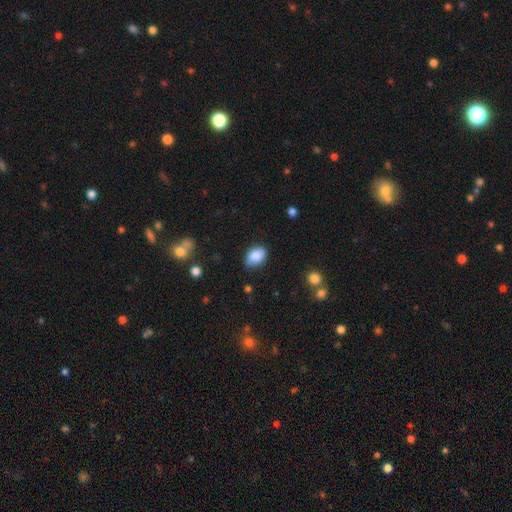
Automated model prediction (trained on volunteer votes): Q: Smooth or featured?
A: smooth (86%); runner-up: star or artifact (7%)
Q: How rounded?
A: in between (85%); runner-up: round (14%)
Q: Merging?
A: none (79%); runner-up: minor disturbance (17%)